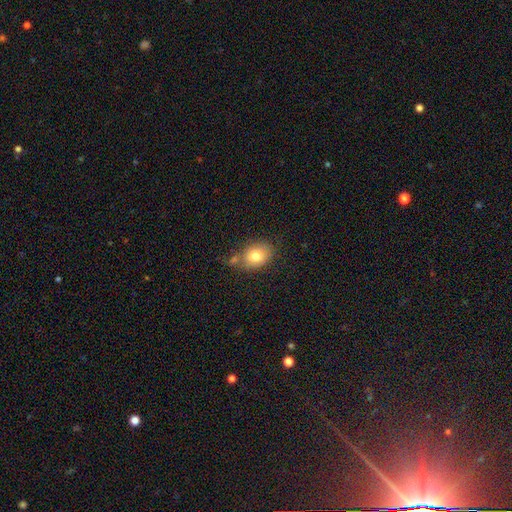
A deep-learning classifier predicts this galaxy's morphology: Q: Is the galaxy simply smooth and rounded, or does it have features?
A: smooth — 79%.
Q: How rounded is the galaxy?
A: in between — 62%.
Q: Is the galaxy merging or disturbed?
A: none — 63%.